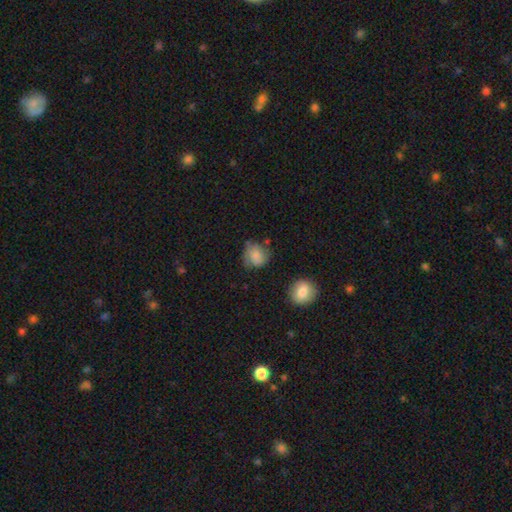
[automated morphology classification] Q: Smooth or featured?
A: smooth (71%); runner-up: featured or disk (21%)
Q: How rounded?
A: round (73%); runner-up: in between (26%)
Q: Merging?
A: none (56%); runner-up: minor disturbance (28%)